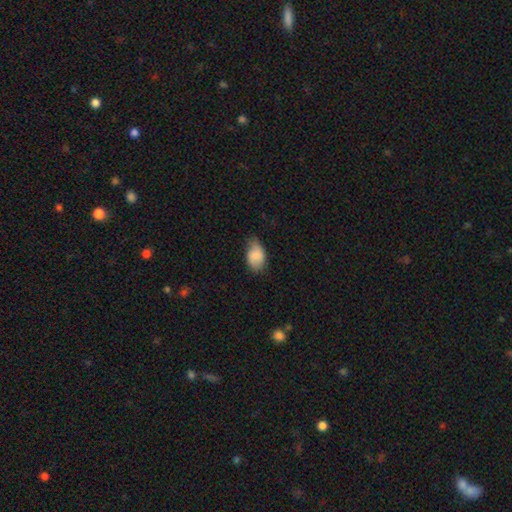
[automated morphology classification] Smooth or featured? Predicted: smooth (p=0.81). How rounded? Predicted: in between (p=0.87). Merging? Predicted: none (p=0.62).